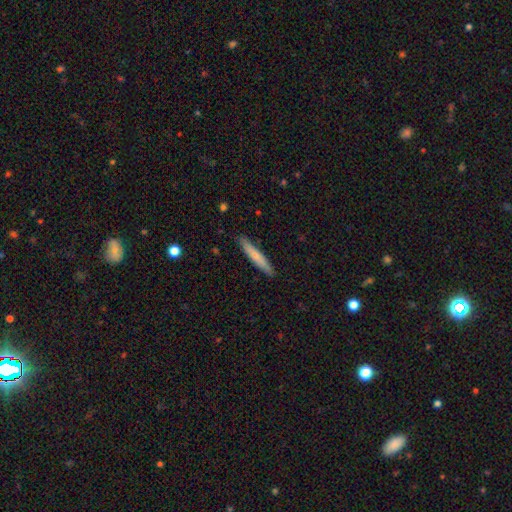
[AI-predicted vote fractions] smooth 65%, featured or disk 30%, star or artifact 6%. Down the decision tree: how rounded — cigar-shaped (94%); merging — none (90%).